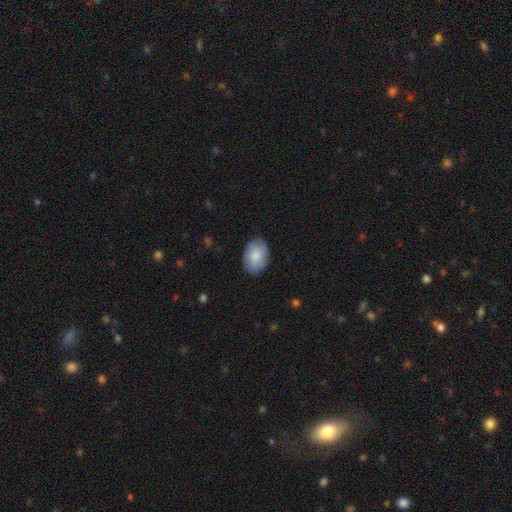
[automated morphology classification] A smooth galaxy with no disk features (83%) that is in between round and cigar-shaped (86%).

Vote fractions:
- Smooth or featured? smooth: 83% / featured or disk: 12% / star or artifact: 6%
- How rounded? in between: 86% / round: 13% / cigar-shaped: 1%
- Merging? none: 85% / minor disturbance: 12% / major disturbance: 3% / merger: 1%